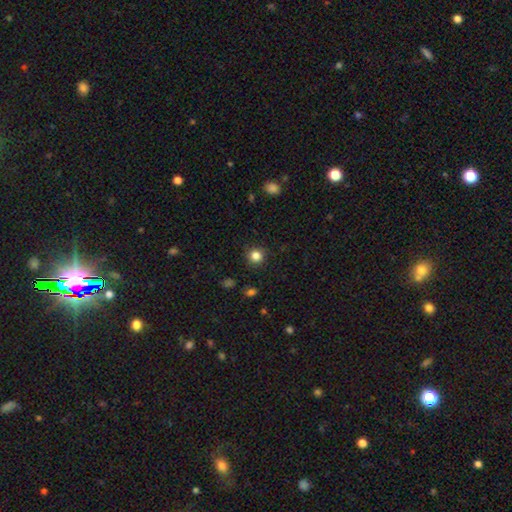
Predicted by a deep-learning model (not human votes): Q: Smooth or featured?
A: smooth (83%); runner-up: star or artifact (12%)
Q: How rounded?
A: round (92%); runner-up: in between (7%)
Q: Merging?
A: none (89%); runner-up: minor disturbance (8%)